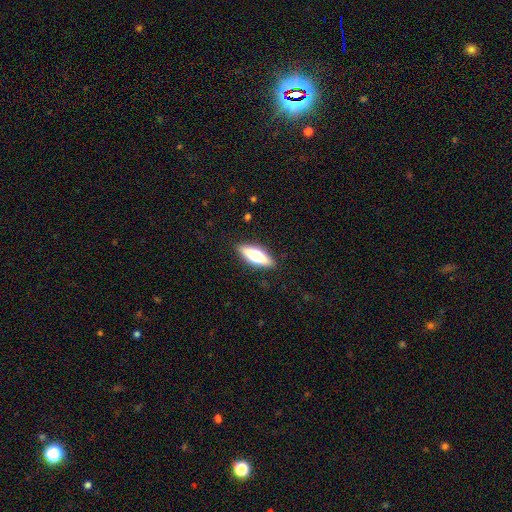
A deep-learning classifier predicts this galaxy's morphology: smooth_or_featured: smooth (p=0.63) [alt: featured or disk p=0.31]
how_rounded: in between (p=0.53) [alt: cigar-shaped p=0.45]
merging: none (p=0.87) [alt: minor disturbance p=0.09]